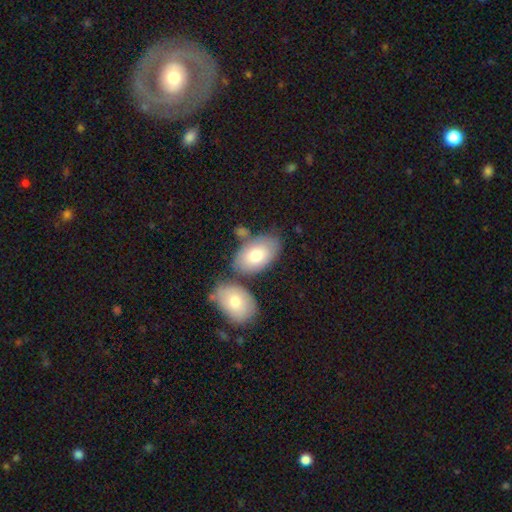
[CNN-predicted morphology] smooth-or-featured: smooth: 74% | featured or disk: 20% | star or artifact: 6%
  how-rounded: in between: 91% | round: 8% | cigar-shaped: 1%
  merging: none: 60% | merger: 21% | minor disturbance: 14% | major disturbance: 4%